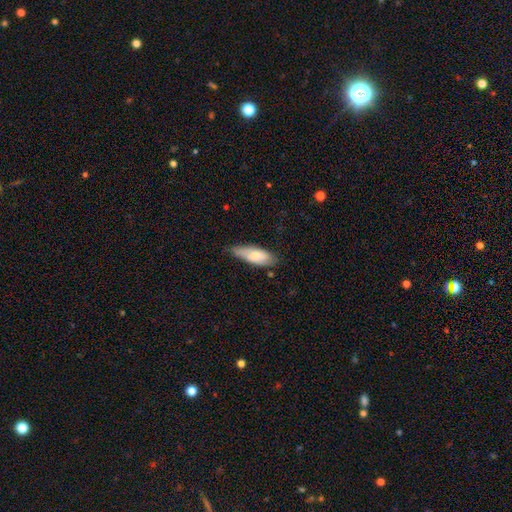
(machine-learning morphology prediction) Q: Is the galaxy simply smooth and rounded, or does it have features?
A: smooth — 73%.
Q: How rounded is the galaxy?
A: in between — 68%.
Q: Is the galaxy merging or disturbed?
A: none — 62%.